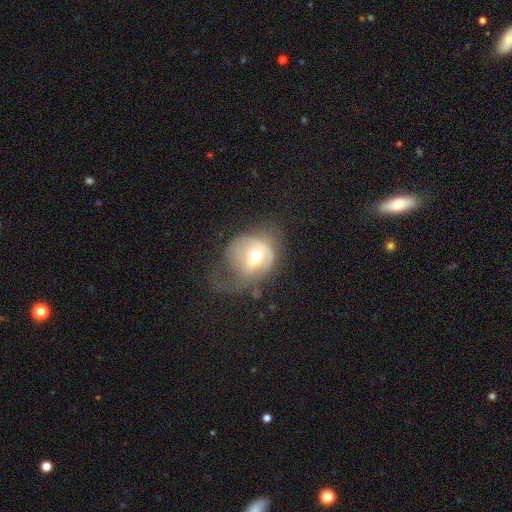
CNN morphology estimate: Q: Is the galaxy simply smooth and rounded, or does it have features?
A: featured or disk — 46%.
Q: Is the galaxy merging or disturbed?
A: major disturbance — 49%.